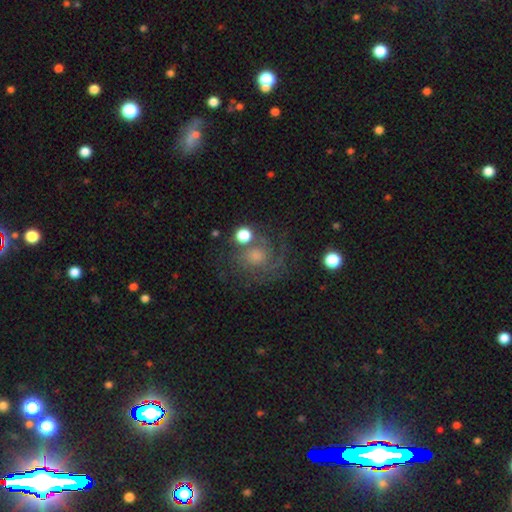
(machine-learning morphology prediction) A featured or disk galaxy (62%) with no bar (77%), tight (47%) spiral arms (88%) and a small central bulge (36%).

Vote fractions:
- Smooth or featured? featured or disk: 62% / smooth: 26% / star or artifact: 12%
- Edge-on disk? no: 98% / yes: 2%
- Bar? no: 77% / weak: 20% / strong: 3%
- Spiral arms? yes: 88% / no: 12%
- Spiral winding? tight: 47% / medium: 38% / loose: 15%
- Spiral arm count? can't tell: 34% / 2: 24% / 3: 20% / 1: 10% / 4: 7% / more than 4: 6%
- Bulge size? small: 36% / moderate: 35% / none: 15% / large: 10% / dominant: 3%
- Merging? none: 58% / minor disturbance: 18% / major disturbance: 17% / merger: 8%